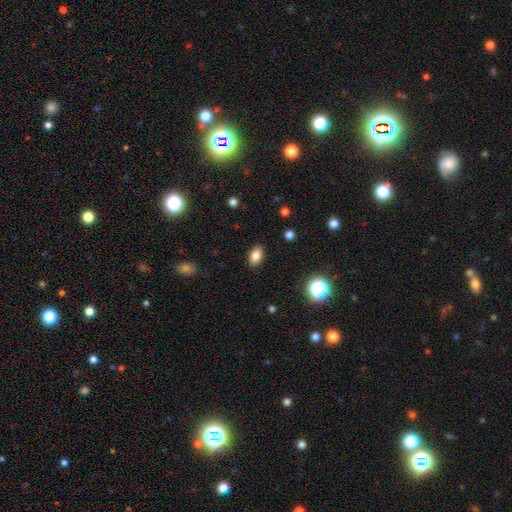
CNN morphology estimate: Smooth or featured? smooth (84%)
How rounded? in between (87%)
Merging? none (88%)